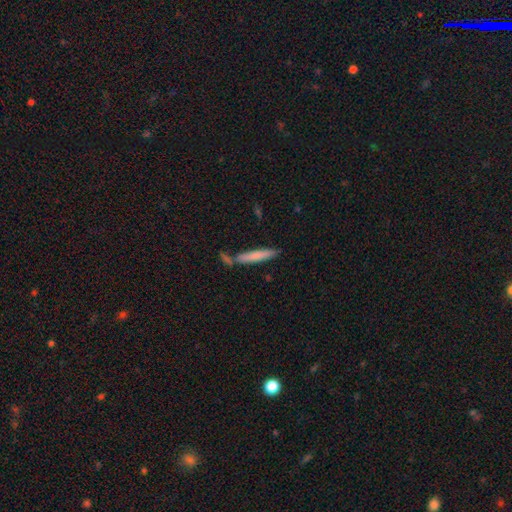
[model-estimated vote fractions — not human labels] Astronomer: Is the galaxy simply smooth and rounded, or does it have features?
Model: smooth — 71%.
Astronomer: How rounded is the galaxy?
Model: cigar-shaped — 92%.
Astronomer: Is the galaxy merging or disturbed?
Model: none — 69%.